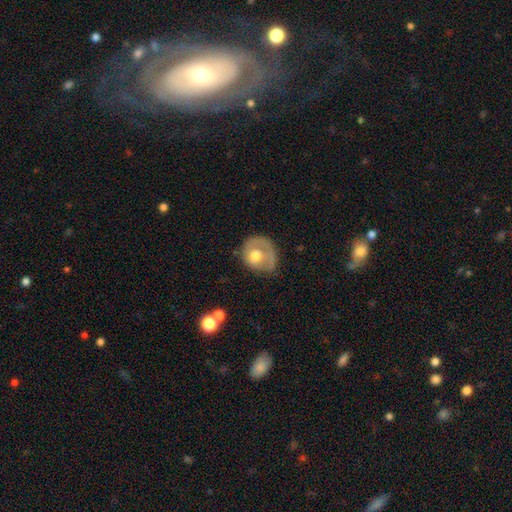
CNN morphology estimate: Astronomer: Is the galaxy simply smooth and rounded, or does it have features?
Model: smooth — 51% (runner-up: featured or disk, 43%).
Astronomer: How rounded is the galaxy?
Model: round — 67%.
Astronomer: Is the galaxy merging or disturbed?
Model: none — 45% (runner-up: minor disturbance, 28%).